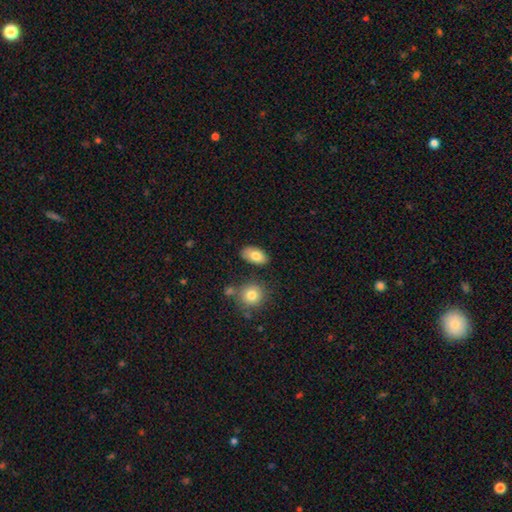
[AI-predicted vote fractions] Smooth or featured? smooth (81%)
How rounded? in between (92%)
Merging? none (80%)